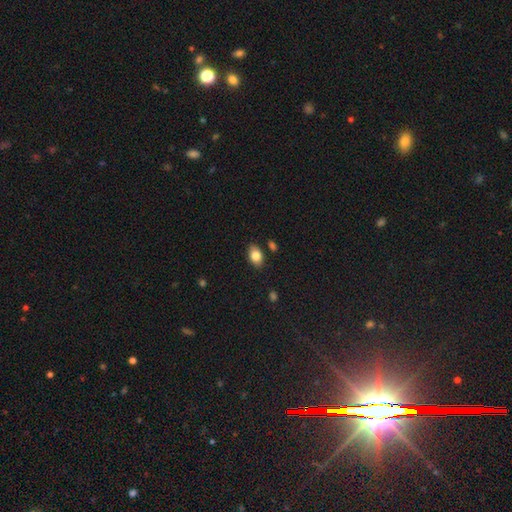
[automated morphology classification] Smooth or featured?
  - smooth: 83% *
  - featured or disk: 9%
  - star or artifact: 8%
How rounded?
  - in between: 83% *
  - round: 15%
  - cigar-shaped: 1%
Merging?
  - none: 84% *
  - minor disturbance: 11%
  - merger: 3%
  - major disturbance: 2%